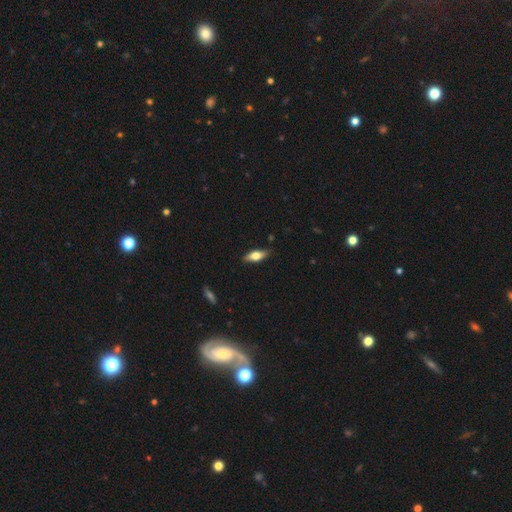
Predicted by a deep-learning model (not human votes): This appears to be a smooth galaxy with no disk features (64%) that is in between round and cigar-shaped (68%). Merging: none (85%).